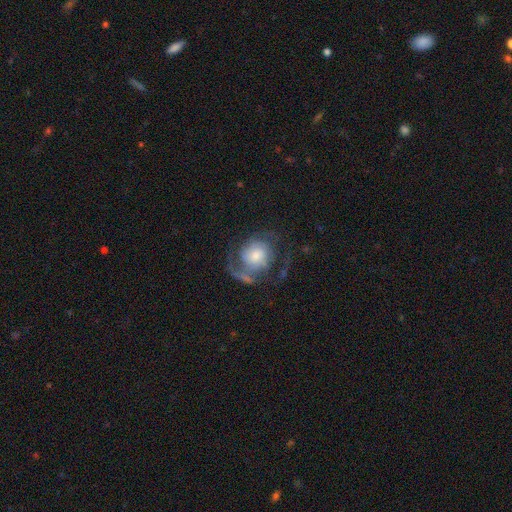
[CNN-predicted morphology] Overall: featured or disk (67%). Edge-on disk: no (98%). Bar: no (71%). Spiral arms: yes (85%). Spiral arm count: 2 (52%; 1 17%). Spiral winding: medium (41%; loose 33%). Bulge size: moderate (40%; small 32%). Merging: none (44%; major disturbance 33%).